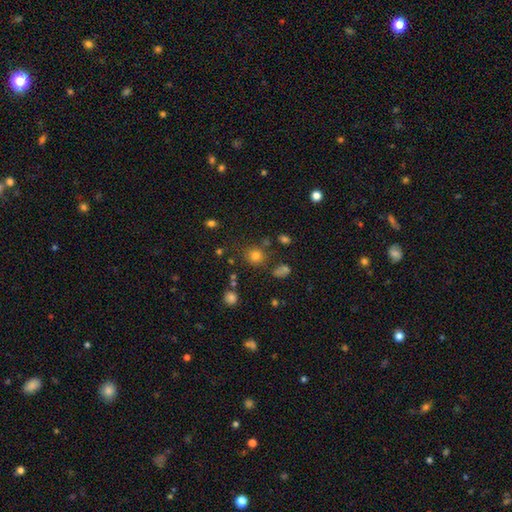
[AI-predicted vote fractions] Smooth or featured: smooth — 74% (star or artifact — 19%)
How rounded: round — 87% (in between — 12%)
Merging: none — 77% (minor disturbance — 11%)